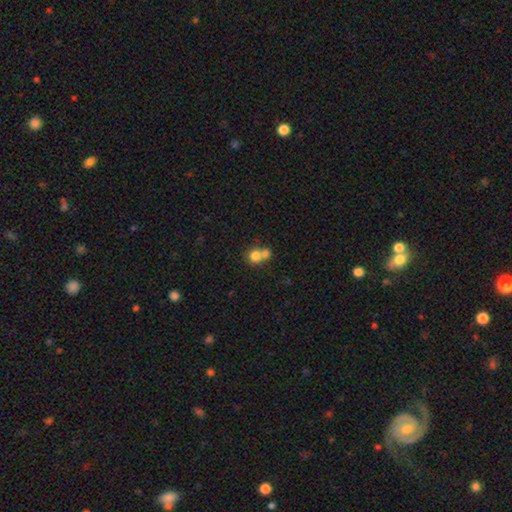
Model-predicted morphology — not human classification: smooth 77%, featured or disk 12%, star or artifact 10%. Down the decision tree: how rounded — round (83%); merging — merger (56%).